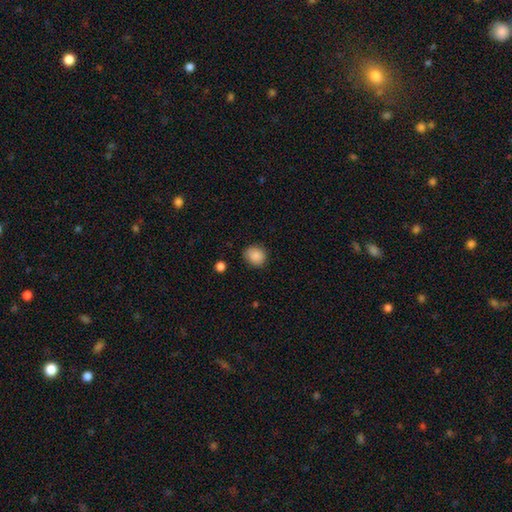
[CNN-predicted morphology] This appears to be a smooth galaxy with no disk features (88%) that is round (73%). Merging: none (82%).